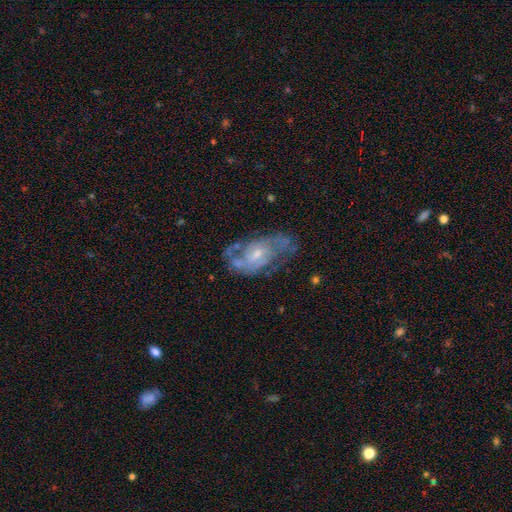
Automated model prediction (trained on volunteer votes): Smooth or featured: featured or disk — 77% (smooth — 15%)
Edge-on disk: no — 95% (yes — 5%)
Bar: no — 61% (weak — 33%)
Spiral arms: yes — 80% (no — 20%)
Spiral winding: medium — 46% (tight — 33%)
Spiral arm count: 2 — 55% (can't tell — 29%)
Bulge size: small — 56% (moderate — 35%)
Merging: none — 57% (minor disturbance — 22%)